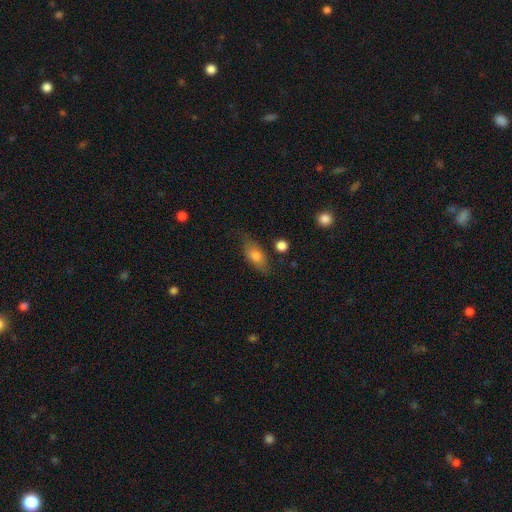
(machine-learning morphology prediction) Q: Smooth or featured?
A: smooth (73%); runner-up: featured or disk (19%)
Q: How rounded?
A: in between (79%); runner-up: cigar-shaped (14%)
Q: Merging?
A: none (71%); runner-up: minor disturbance (20%)